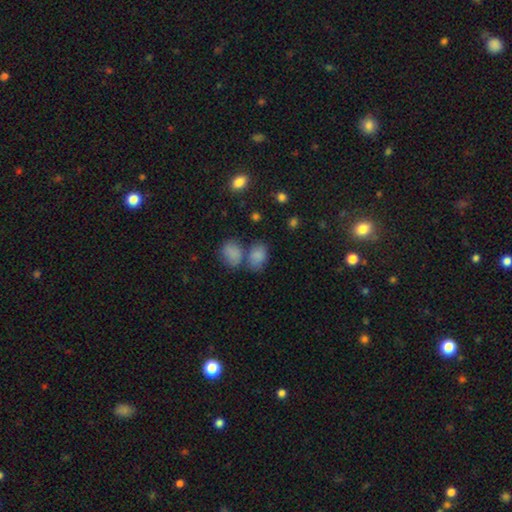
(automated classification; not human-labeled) Morphology: type=smooth (81%); roundness=in between (75%); merging=none (49%).